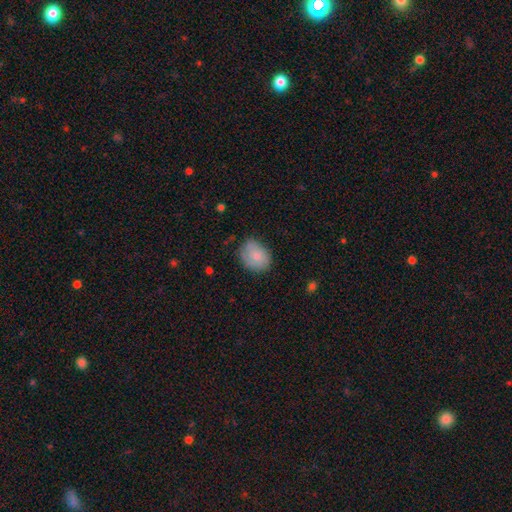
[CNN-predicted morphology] Smooth or featured? Predicted: smooth (p=0.76). How rounded? Predicted: in between (p=0.56). Merging? Predicted: none (p=0.64).